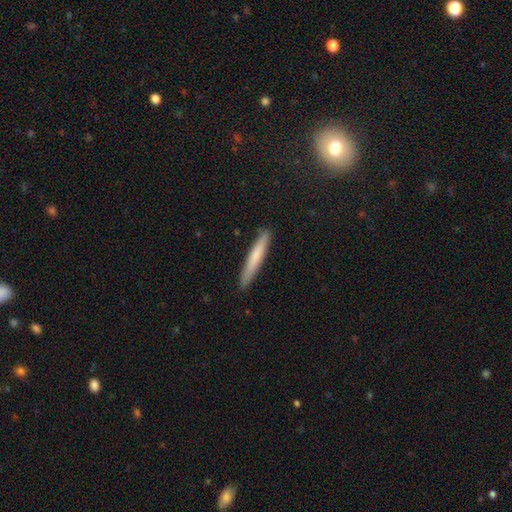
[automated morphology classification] Q: Smooth or featured?
A: smooth (68%); runner-up: featured or disk (26%)
Q: How rounded?
A: cigar-shaped (96%); runner-up: in between (3%)
Q: Merging?
A: none (89%); runner-up: minor disturbance (9%)